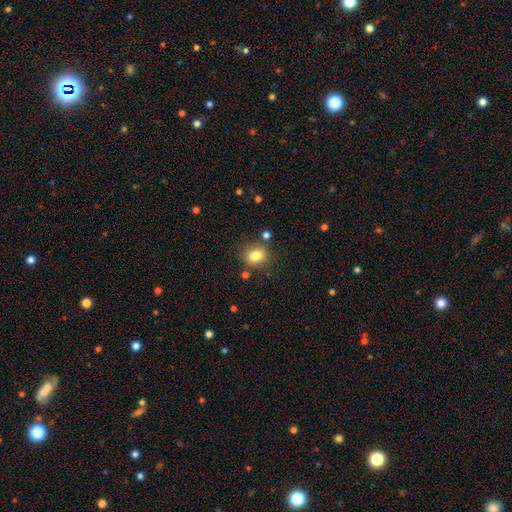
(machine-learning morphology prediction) A smooth galaxy with no disk features (81%) that is round (51%). Merging: none (80%).